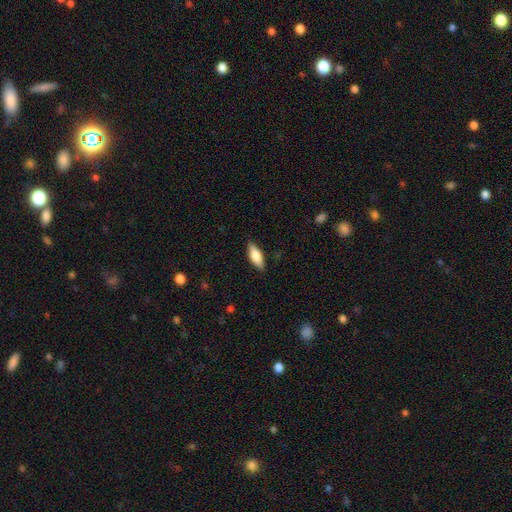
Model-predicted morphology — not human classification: Q: Smooth or featured?
A: smooth (78%); runner-up: featured or disk (16%)
Q: How rounded?
A: in between (71%); runner-up: cigar-shaped (27%)
Q: Merging?
A: none (86%); runner-up: minor disturbance (11%)